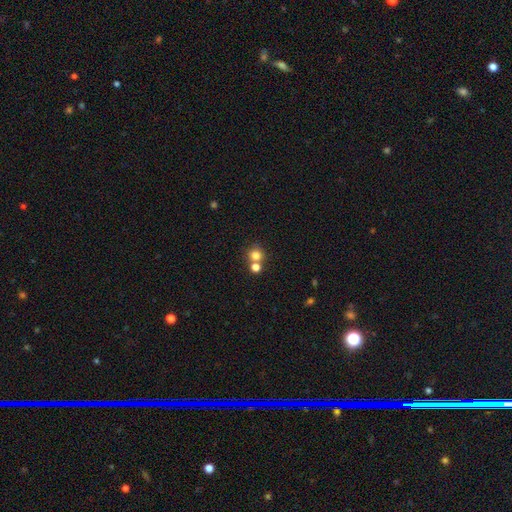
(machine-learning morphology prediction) Overall: smooth (79%). How rounded: round (89%). Merging: none (57%; merger 34%).